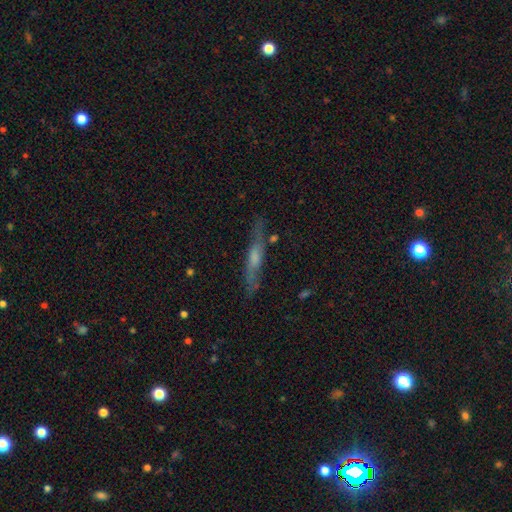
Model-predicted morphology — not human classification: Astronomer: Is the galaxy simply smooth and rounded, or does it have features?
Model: featured or disk — 64%.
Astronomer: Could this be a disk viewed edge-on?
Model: yes — 86%.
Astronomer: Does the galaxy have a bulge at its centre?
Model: rounded — 64%.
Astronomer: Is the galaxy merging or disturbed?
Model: none — 80%.